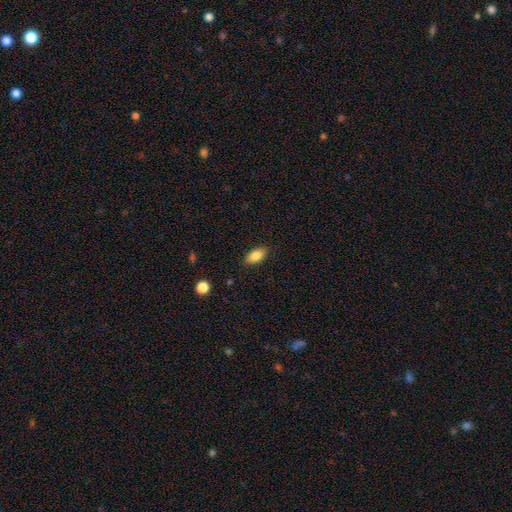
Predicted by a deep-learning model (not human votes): A smooth galaxy with no disk features (85%) that is in between round and cigar-shaped (90%).

Vote fractions:
- Smooth or featured? smooth: 85% / star or artifact: 8% / featured or disk: 7%
- How rounded? in between: 90% / cigar-shaped: 5% / round: 4%
- Merging? none: 86% / minor disturbance: 10% / major disturbance: 2% / merger: 1%